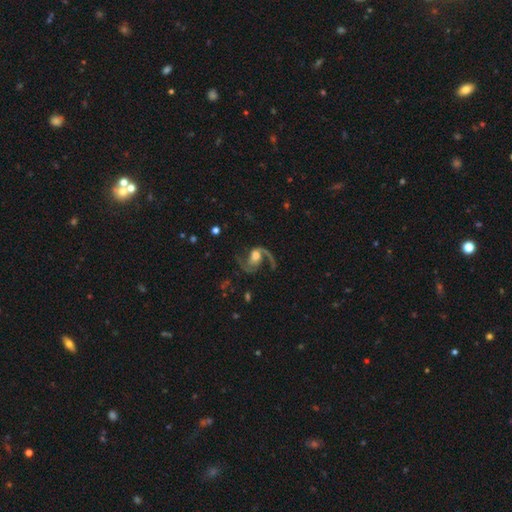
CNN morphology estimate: Overall: featured or disk (89%). Edge-on disk: no (98%). Bar: no (52%; weak 35%). Spiral arms: yes (97%). Spiral arm count: 2 (91%). Spiral winding: loose (54%; medium 40%). Bulge size: moderate (43%; large 38%). Merging: none (63%).